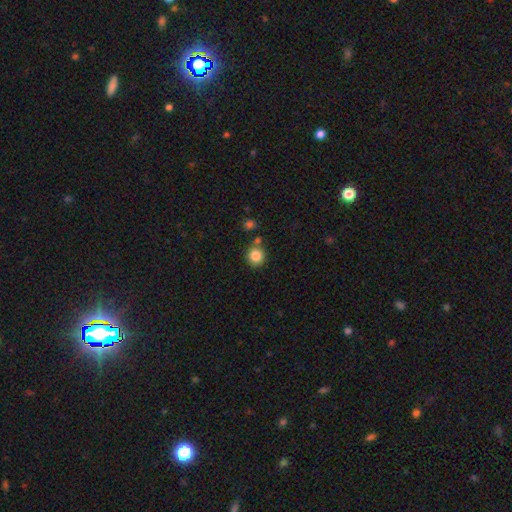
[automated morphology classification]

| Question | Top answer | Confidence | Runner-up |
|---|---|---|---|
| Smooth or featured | smooth | 84% | star or artifact (10%) |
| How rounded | round | 91% | in between (8%) |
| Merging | none | 76% | merger (11%) |